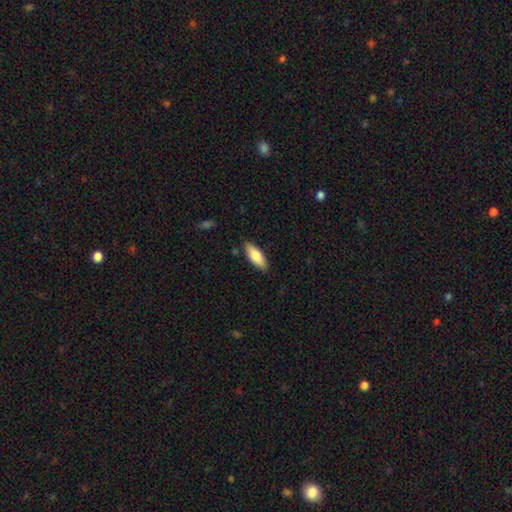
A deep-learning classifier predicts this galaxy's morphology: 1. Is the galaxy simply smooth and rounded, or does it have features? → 81% smooth, 13% featured or disk, 6% star or artifact.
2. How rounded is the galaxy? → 72% in between, 26% cigar-shaped, 2% round.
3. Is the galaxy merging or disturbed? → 85% none, 11% minor disturbance, 2% major disturbance, 2% merger.